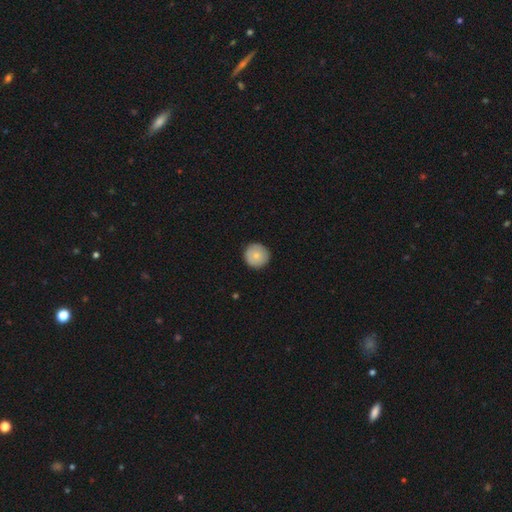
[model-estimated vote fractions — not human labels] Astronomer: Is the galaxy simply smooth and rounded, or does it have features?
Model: smooth — 80%.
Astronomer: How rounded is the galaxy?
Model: round — 96%.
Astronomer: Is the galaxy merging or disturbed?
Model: none — 92%.